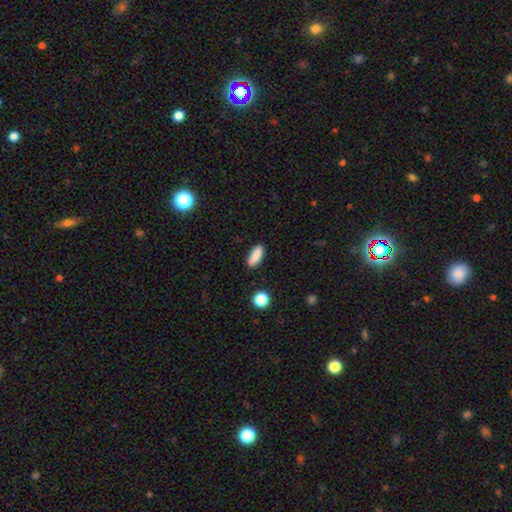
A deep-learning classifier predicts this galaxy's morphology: type=smooth (87%); roundness=in between (62%); merging=none (88%).